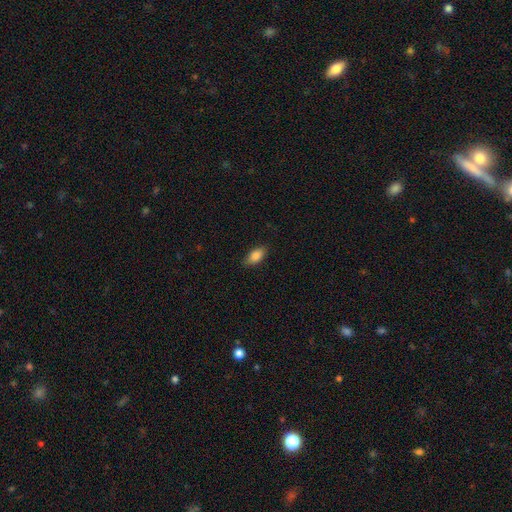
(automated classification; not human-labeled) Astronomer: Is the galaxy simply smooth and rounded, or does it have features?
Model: smooth — 86%.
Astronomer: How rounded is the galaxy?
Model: in between — 89%.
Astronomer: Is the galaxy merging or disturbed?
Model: none — 83%.